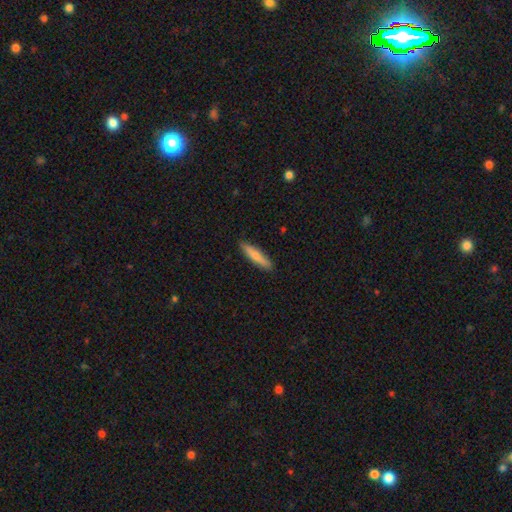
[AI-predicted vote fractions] This appears to be a smooth galaxy with no disk features (74%) that is cigar-shaped (82%). Merging: none (89%).